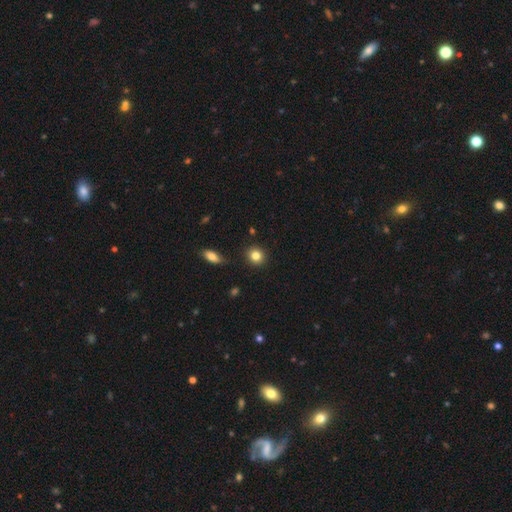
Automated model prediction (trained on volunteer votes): Morphology: type=smooth (83%); roundness=round (85%); merging=none (88%).